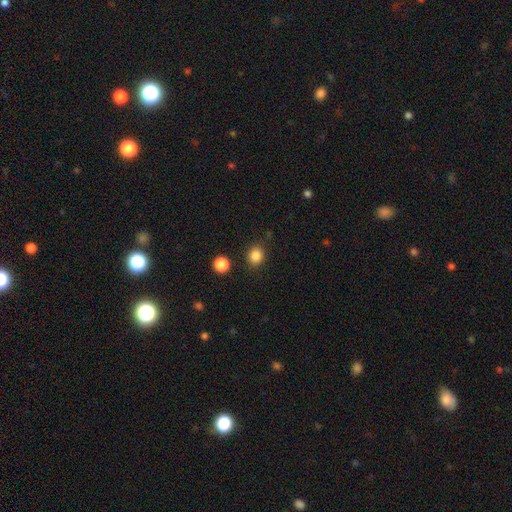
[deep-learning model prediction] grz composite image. It shows a smooth galaxy with no disk features (85%) that is round (73%). Merging: none (85%).